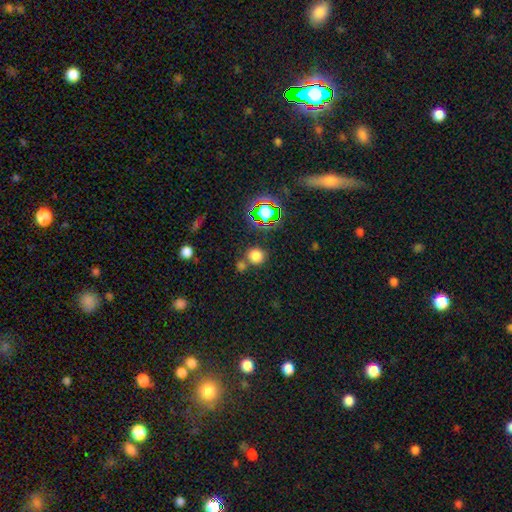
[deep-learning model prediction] This appears to be a smooth galaxy with no disk features (74%) that is round (87%). Merging: none (67%).